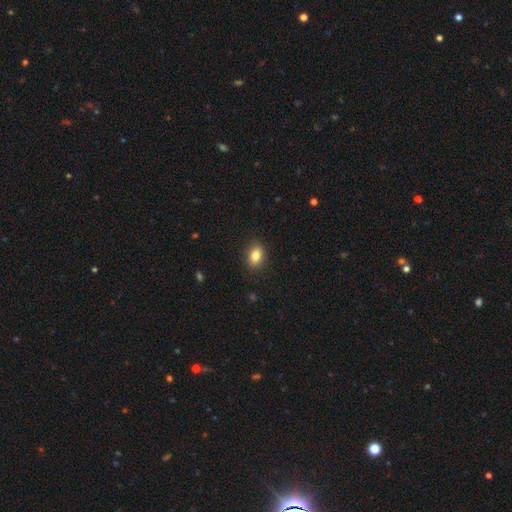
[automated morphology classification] A smooth galaxy with no disk features (84%) that is in between round and cigar-shaped (75%). Merging: none (88%).